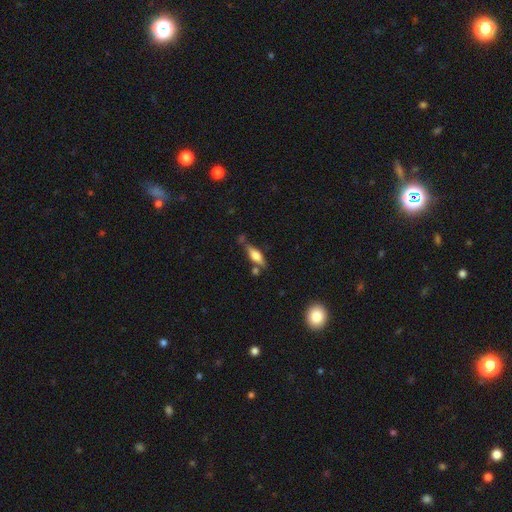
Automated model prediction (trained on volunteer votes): The model was most divided on "smooth or featured": smooth: 47%, featured or disk: 46%, star or artifact: 7%. More confident: merging — none (70%).